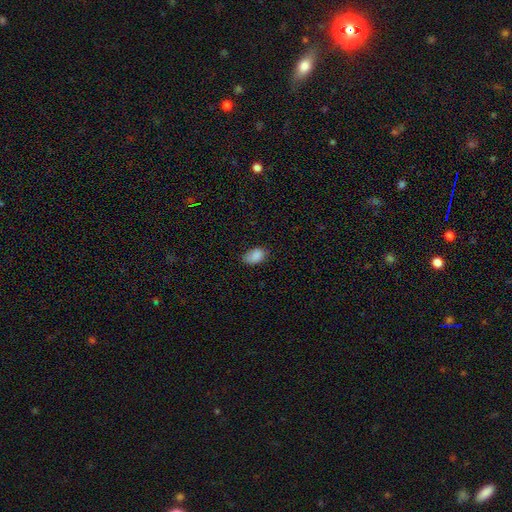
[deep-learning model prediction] Smooth or featured: smooth — 87% (star or artifact — 8%)
How rounded: in between — 89% (round — 10%)
Merging: none — 67% (minor disturbance — 27%)